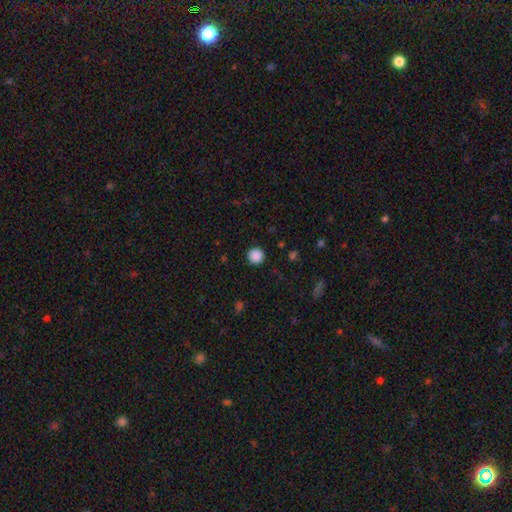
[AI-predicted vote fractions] Q: Smooth or featured?
A: smooth (88%); runner-up: star or artifact (10%)
Q: How rounded?
A: round (95%); runner-up: in between (4%)
Q: Merging?
A: none (91%); runner-up: minor disturbance (6%)